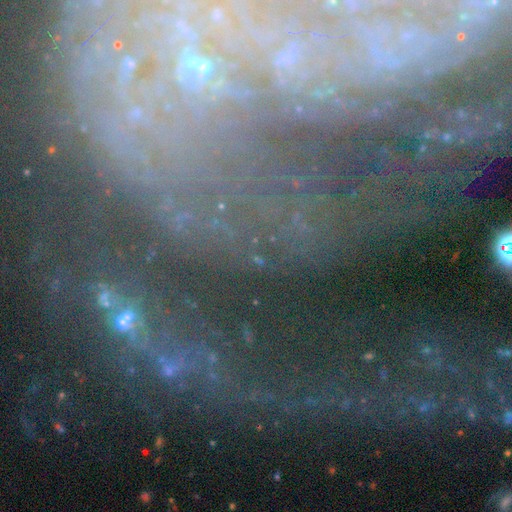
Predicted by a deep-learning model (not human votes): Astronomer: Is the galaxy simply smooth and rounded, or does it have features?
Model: featured or disk — 58%.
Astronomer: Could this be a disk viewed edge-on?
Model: no — 90%.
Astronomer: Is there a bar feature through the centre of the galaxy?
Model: no — 49% (runner-up: weak, 27%).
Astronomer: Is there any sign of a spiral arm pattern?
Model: yes — 87%.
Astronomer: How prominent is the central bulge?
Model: small — 65%.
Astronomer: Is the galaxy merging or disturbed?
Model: none — 62%.